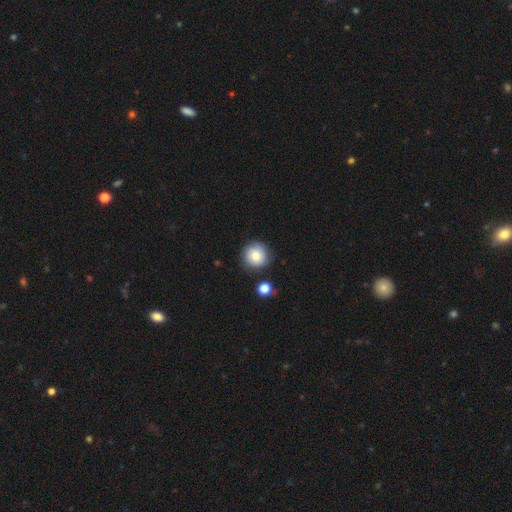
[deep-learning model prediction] A smooth galaxy with no disk features (80%) that is round (93%).

Vote fractions:
- Smooth or featured? smooth: 80% / featured or disk: 11% / star or artifact: 9%
- How rounded? round: 93% / in between: 6% / cigar-shaped: 1%
- Merging? none: 83% / minor disturbance: 10% / merger: 4% / major disturbance: 3%